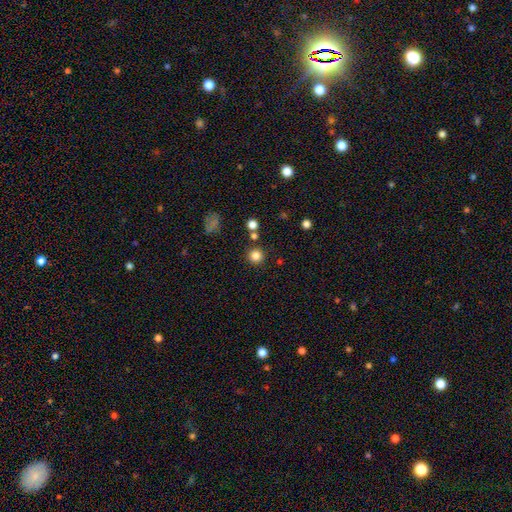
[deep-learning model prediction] The model was most divided on "smooth or featured": smooth: 82%, star or artifact: 13%, featured or disk: 5%. More confident: how rounded — round (94%); merging — none (85%).